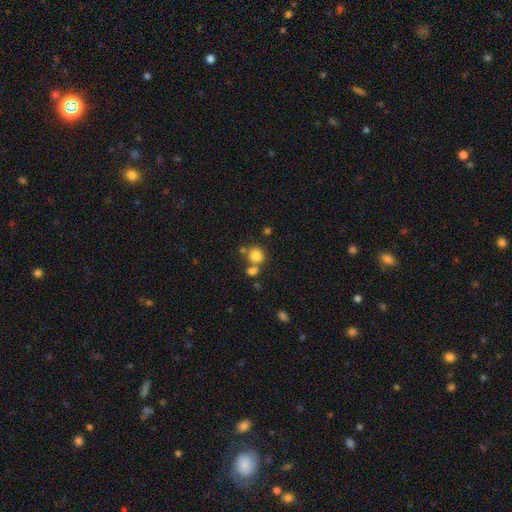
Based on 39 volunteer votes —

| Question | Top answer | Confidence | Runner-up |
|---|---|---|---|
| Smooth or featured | smooth | 79% | featured or disk (15%) |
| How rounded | round | 90% | in between (10%) |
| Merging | none | 62% | merger (35%) |